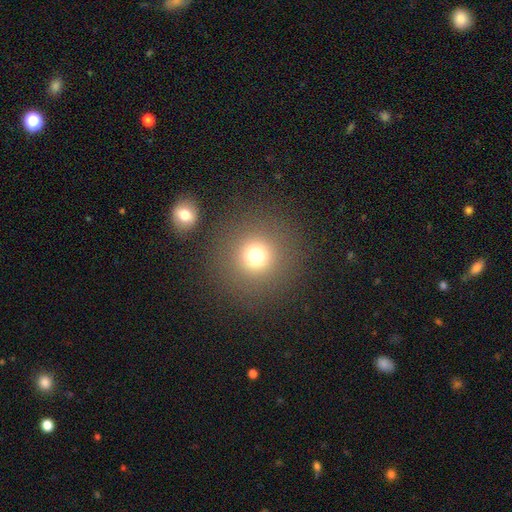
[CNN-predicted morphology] Overall: smooth (72%). How rounded: round (95%). Merging: none (85%).